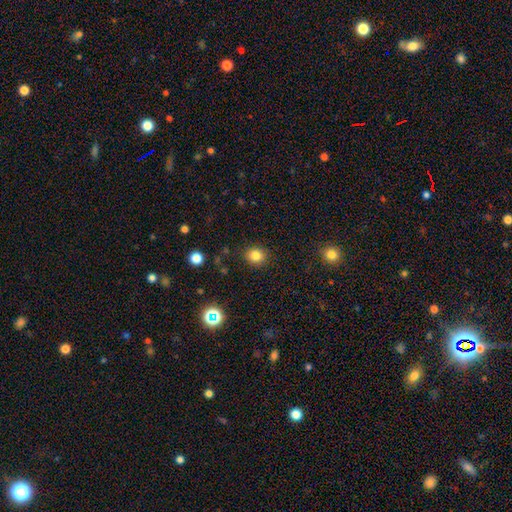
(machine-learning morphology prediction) The model was most divided on "how rounded": round: 76%, in between: 24%, cigar-shaped: 1%. More confident: merging — none (88%); smooth or featured — smooth (81%).